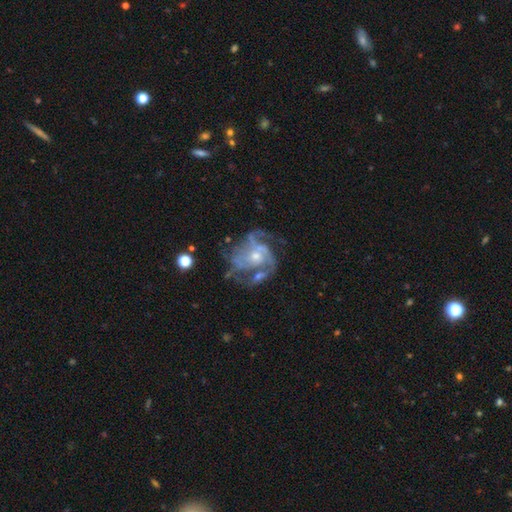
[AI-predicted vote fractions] Smooth or featured?
  - featured or disk: 86% *
  - smooth: 7%
  - star or artifact: 6%
Edge-on disk?
  - no: 98% *
  - yes: 2%
Bar?
  - no: 70% *
  - weak: 25%
  - strong: 5%
Spiral arms?
  - yes: 92% *
  - no: 8%
Spiral winding?
  - medium: 45% *
  - tight: 39%
  - loose: 17%
Spiral arm count?
  - 3: 33% *
  - can't tell: 24%
  - 2: 19%
  - 4: 12%
  - 1: 6%
  - more than 4: 6%
Bulge size?
  - small: 49% *
  - moderate: 43%
  - none: 4%
  - large: 3%
  - dominant: 1%
Merging?
  - none: 44% *
  - major disturbance: 25%
  - minor disturbance: 19%
  - merger: 11%